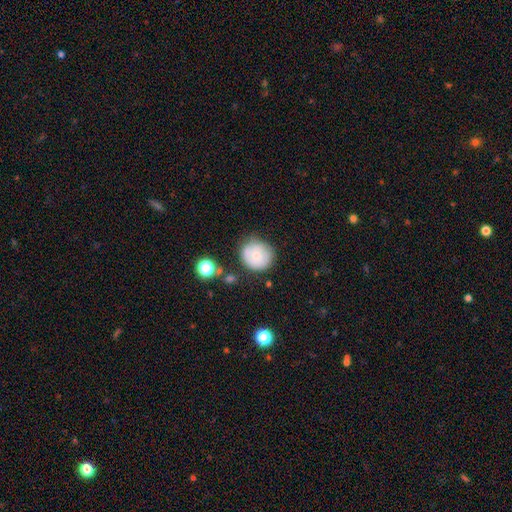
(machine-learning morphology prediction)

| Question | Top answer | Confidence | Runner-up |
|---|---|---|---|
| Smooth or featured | smooth | 60% | featured or disk (32%) |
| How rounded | round | 87% | in between (12%) |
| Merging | none | 69% | minor disturbance (21%) |